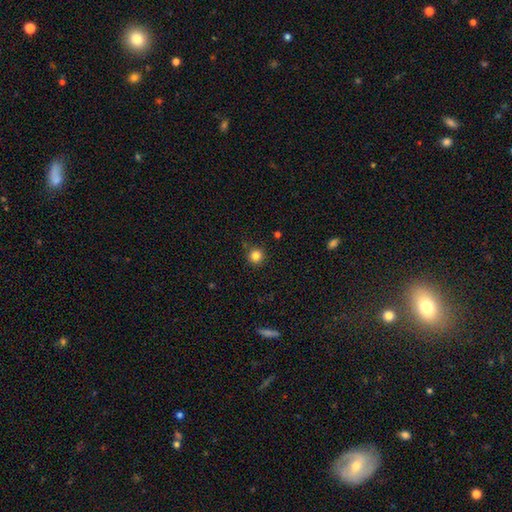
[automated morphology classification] Smooth or featured? Predicted: smooth (p=0.83). How rounded? Predicted: round (p=0.94). Merging? Predicted: none (p=0.85).